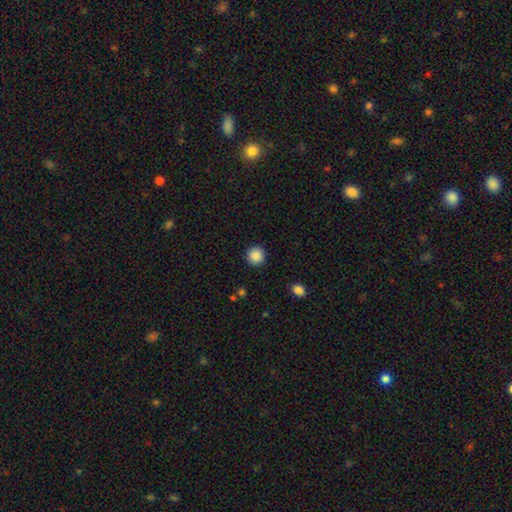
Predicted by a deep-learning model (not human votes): A smooth galaxy with no disk features (88%) that is round (95%). Merging: none (92%).